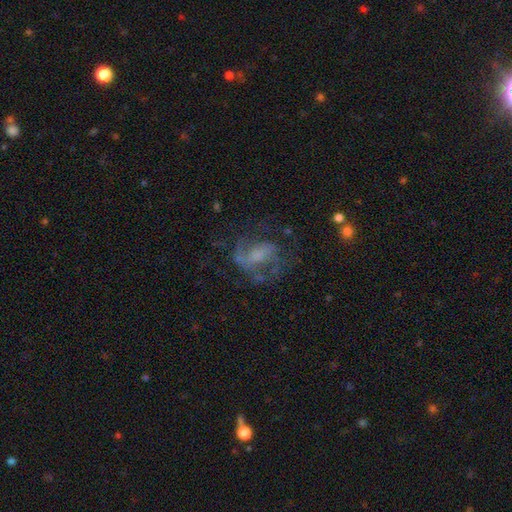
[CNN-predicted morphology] smooth_or_featured: featured or disk (p=0.70) [alt: smooth p=0.19]
disk_edge_on: no (p=0.96) [alt: yes p=0.04]
bar: weak (p=0.43) [alt: no p=0.37]
has_spiral_arms: yes (p=0.78) [alt: no p=0.22]
spiral_winding: medium (p=0.48) [alt: loose p=0.34]
spiral_arm_count: 2 (p=0.65) [alt: can't tell p=0.16]
bulge_size: small (p=0.32) [alt: moderate p=0.31]
merging: none (p=0.51) [alt: major disturbance p=0.27]